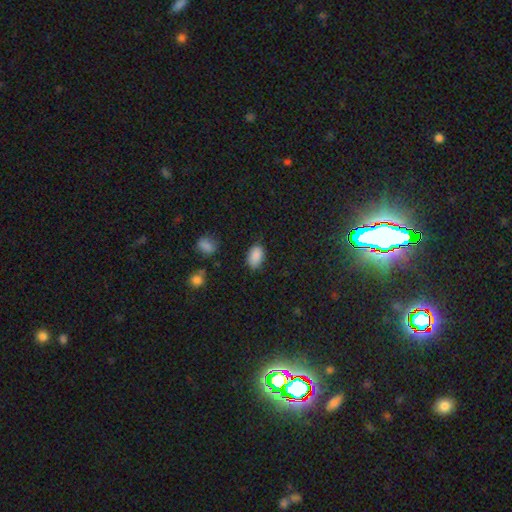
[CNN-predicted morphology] Smooth or featured?
  - smooth: 87% *
  - star or artifact: 9%
  - featured or disk: 4%
How rounded?
  - in between: 90% *
  - round: 8%
  - cigar-shaped: 2%
Merging?
  - none: 76% *
  - minor disturbance: 18%
  - major disturbance: 4%
  - merger: 2%